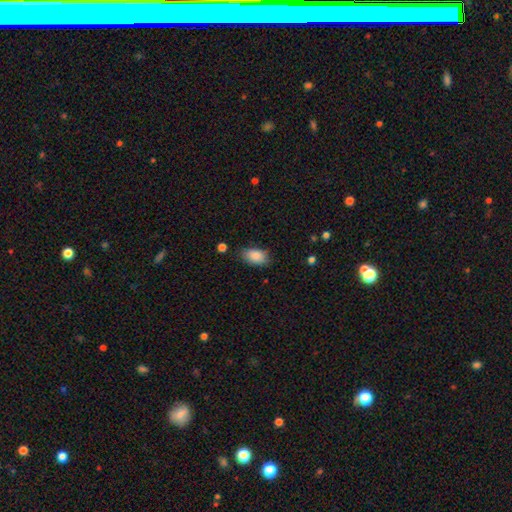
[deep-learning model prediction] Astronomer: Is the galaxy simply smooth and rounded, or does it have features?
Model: smooth — 87%.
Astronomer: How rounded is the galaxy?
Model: in between — 92%.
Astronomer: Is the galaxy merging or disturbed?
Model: none — 78%.